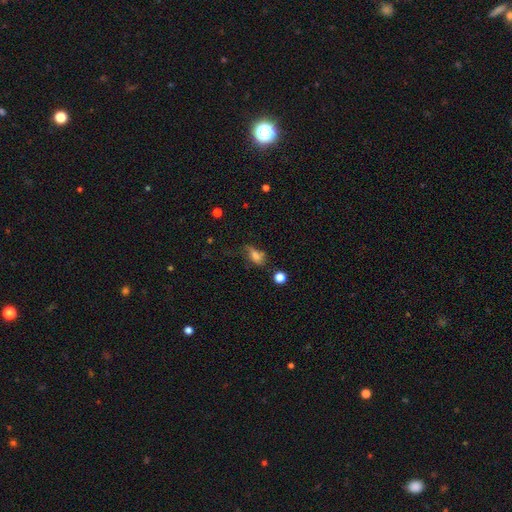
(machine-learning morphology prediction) type=smooth (65%); roundness=in between (78%); merging=none (39%).